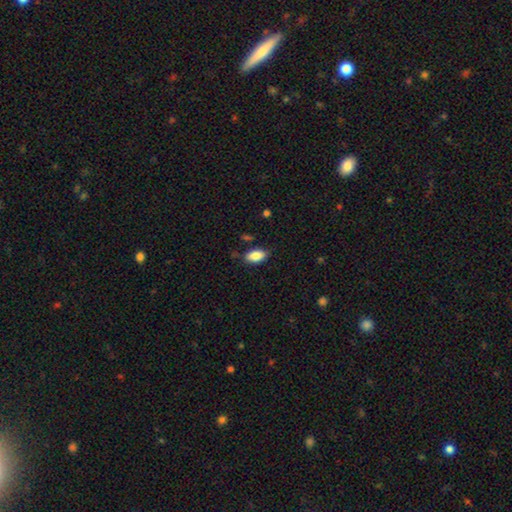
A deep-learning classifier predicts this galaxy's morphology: Overall: smooth (87%). How rounded: in between (92%). Merging: none (78%).